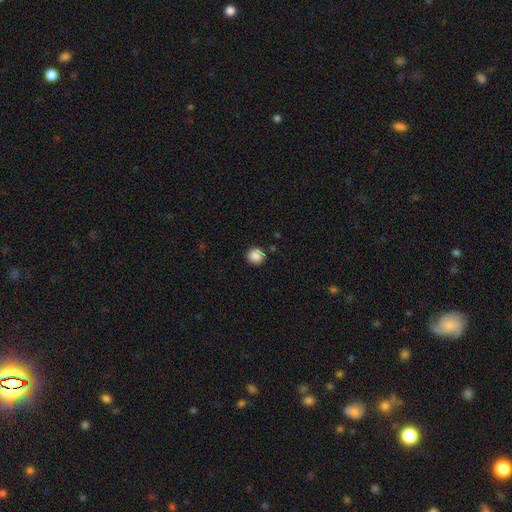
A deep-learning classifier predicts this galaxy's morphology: smooth-or-featured: smooth: 87% | star or artifact: 9% | featured or disk: 4%
  how-rounded: round: 93% | in between: 7% | cigar-shaped: 1%
  merging: none: 88% | minor disturbance: 8% | major disturbance: 2% | merger: 2%